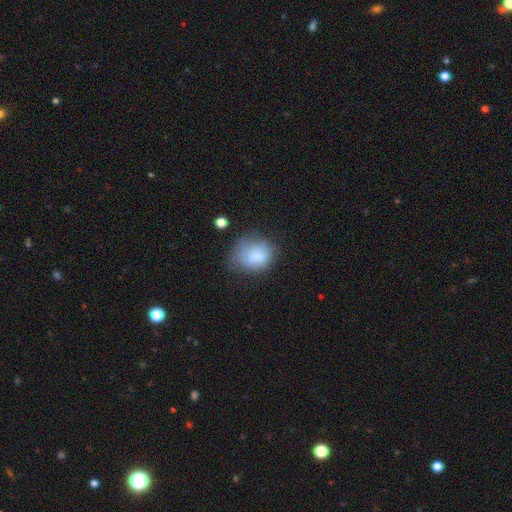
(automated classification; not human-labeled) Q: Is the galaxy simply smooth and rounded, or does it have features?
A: smooth — 75%.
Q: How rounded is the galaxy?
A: round — 56%.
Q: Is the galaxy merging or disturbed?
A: none — 44%.